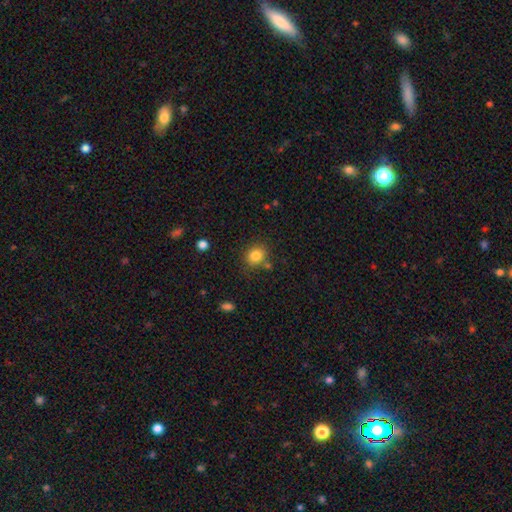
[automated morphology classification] Smooth or featured? Predicted: smooth (p=0.83). How rounded? Predicted: round (p=0.73). Merging? Predicted: none (p=0.77).